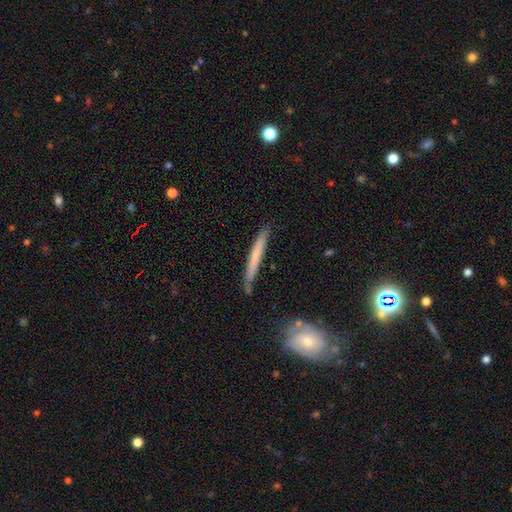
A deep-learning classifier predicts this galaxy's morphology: Smooth or featured?
  - smooth: 56% *
  - featured or disk: 38%
  - star or artifact: 6%
How rounded?
  - cigar-shaped: 96% *
  - in between: 2%
  - round: 1%
Merging?
  - none: 80% *
  - minor disturbance: 15%
  - merger: 3%
  - major disturbance: 2%